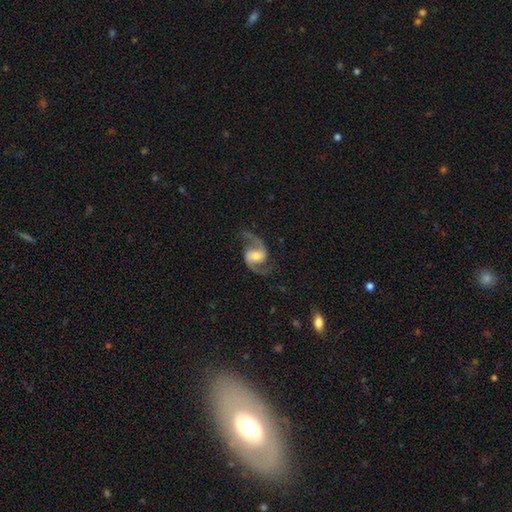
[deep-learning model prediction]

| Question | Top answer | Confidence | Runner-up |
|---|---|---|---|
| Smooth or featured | featured or disk | 92% | star or artifact (4%) |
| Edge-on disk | no | 98% | yes (2%) |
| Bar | weak | 42% | no (40%) |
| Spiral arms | yes | 98% | no (2%) |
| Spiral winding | medium | 48% | loose (43%) |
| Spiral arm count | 2 | 94% | can't tell (1%) |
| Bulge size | moderate | 62% | small (24%) |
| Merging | none | 81% | minor disturbance (12%) |